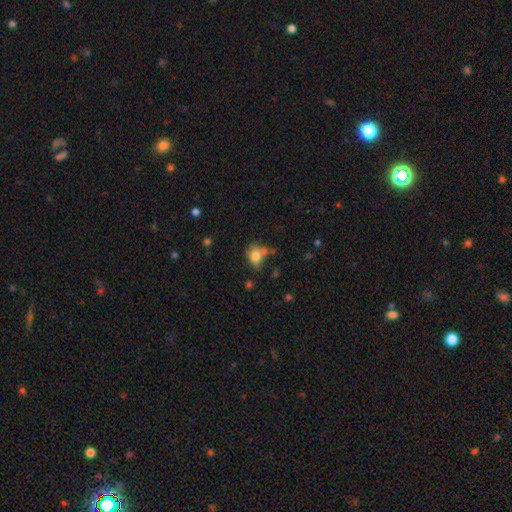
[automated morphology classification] This is likely a smooth galaxy (79%). How rounded: possibly in between (52%). Merging: possibly none (48%).